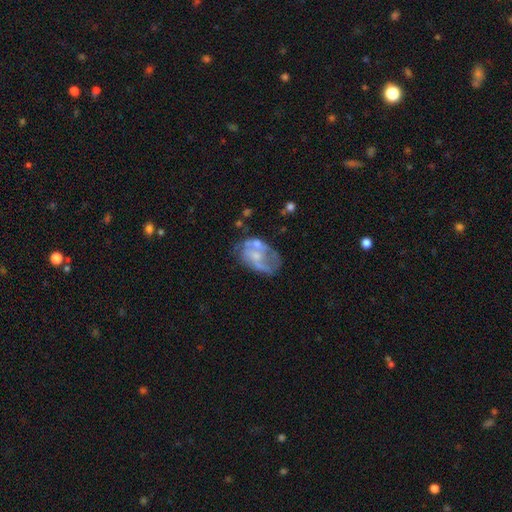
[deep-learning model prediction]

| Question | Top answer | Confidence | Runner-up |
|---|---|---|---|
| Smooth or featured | featured or disk | 61% | smooth (30%) |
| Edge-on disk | no | 97% | yes (3%) |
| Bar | no | 78% | weak (18%) |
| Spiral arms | no | 69% | yes (31%) |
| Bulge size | small | 41% | none (28%) |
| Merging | none | 34% | major disturbance (26%) |